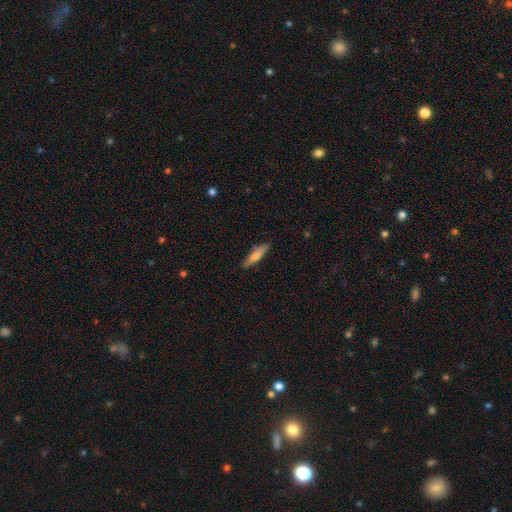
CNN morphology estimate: Smooth or featured?
  - smooth: 58% *
  - featured or disk: 36%
  - star or artifact: 6%
How rounded?
  - cigar-shaped: 80% *
  - in between: 18%
  - round: 2%
Merging?
  - none: 85% *
  - minor disturbance: 11%
  - major disturbance: 2%
  - merger: 2%